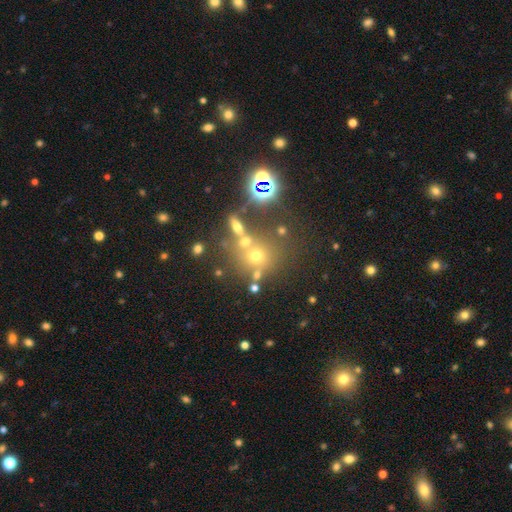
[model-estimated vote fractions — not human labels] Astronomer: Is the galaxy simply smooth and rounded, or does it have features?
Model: smooth — 50% (runner-up: star or artifact, 33%).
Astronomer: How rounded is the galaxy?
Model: round — 80%.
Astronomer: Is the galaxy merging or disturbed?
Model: none — 55%.